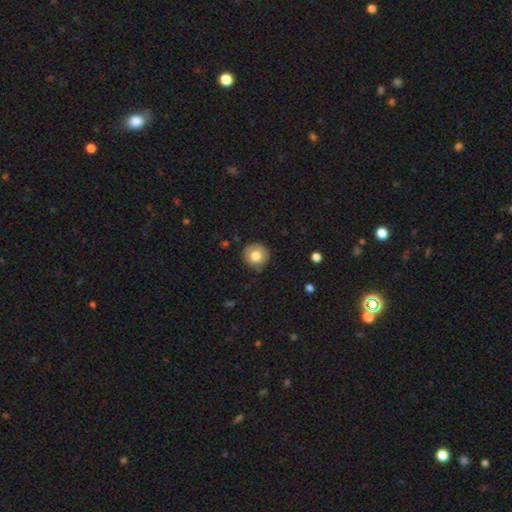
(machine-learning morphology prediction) Smooth or featured?
  - smooth: 78% *
  - featured or disk: 13%
  - star or artifact: 9%
How rounded?
  - round: 93% *
  - in between: 6%
  - cigar-shaped: 1%
Merging?
  - none: 86% *
  - minor disturbance: 10%
  - major disturbance: 2%
  - merger: 1%